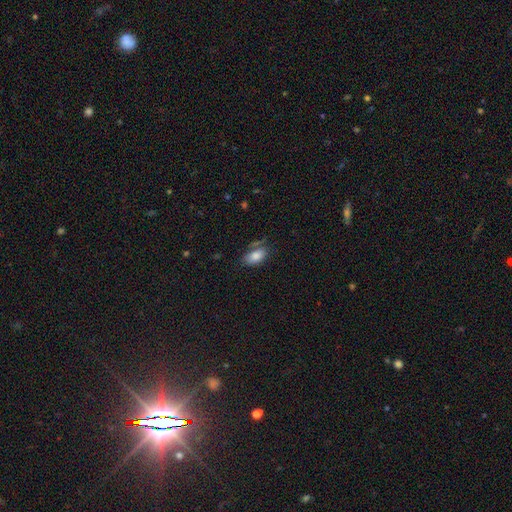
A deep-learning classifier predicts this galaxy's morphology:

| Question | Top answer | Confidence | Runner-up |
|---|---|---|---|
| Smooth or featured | smooth | 83% | featured or disk (8%) |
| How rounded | in between | 92% | round (5%) |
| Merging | none | 62% | minor disturbance (21%) |